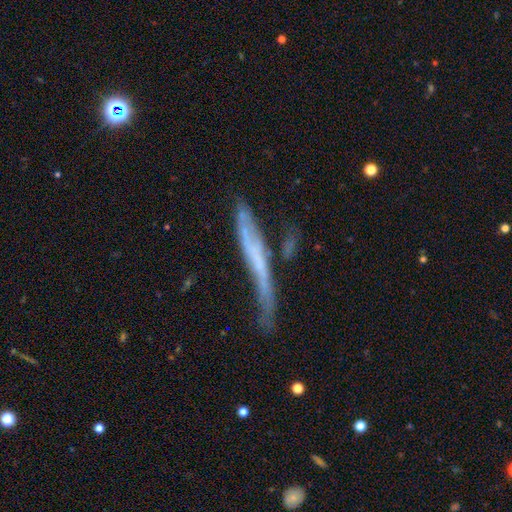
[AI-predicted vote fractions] Overall: featured or disk (58%; smooth 33%). Edge-on disk: yes (72%). Merging: none (39%; minor disturbance 28%).